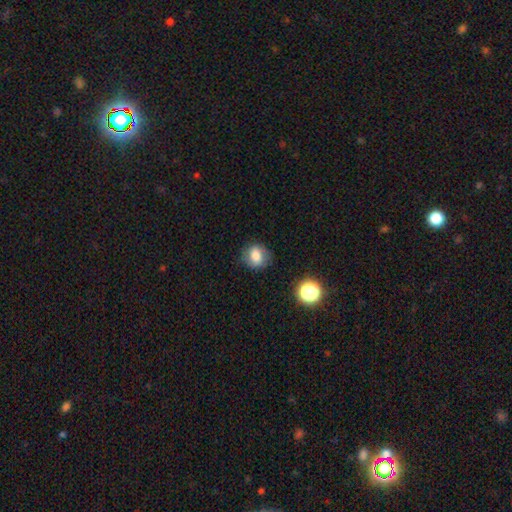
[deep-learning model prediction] smooth-or-featured: smooth: 71% | featured or disk: 18% | star or artifact: 11%
  how-rounded: round: 68% | in between: 30% | cigar-shaped: 1%
  merging: none: 78% | minor disturbance: 16% | major disturbance: 5% | merger: 2%